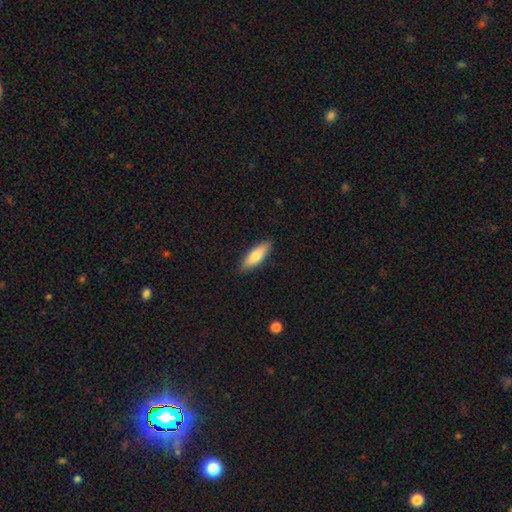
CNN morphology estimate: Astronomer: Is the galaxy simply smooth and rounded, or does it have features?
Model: smooth — 76%.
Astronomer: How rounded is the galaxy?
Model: in between — 55% (runner-up: cigar-shaped, 43%).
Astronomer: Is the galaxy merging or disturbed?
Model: none — 88%.